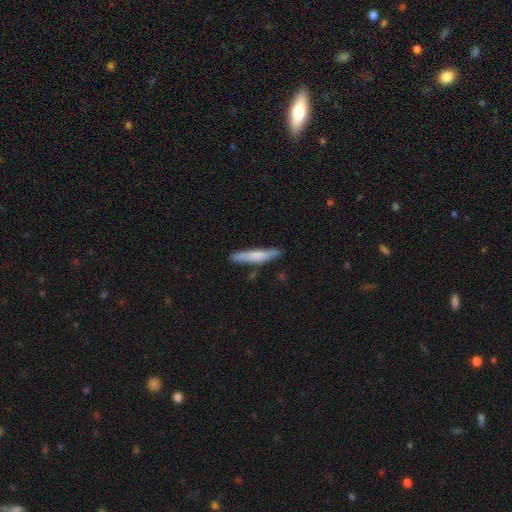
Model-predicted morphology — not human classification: Smooth or featured? Predicted: smooth (p=0.64). How rounded? Predicted: cigar-shaped (p=0.93). Merging? Predicted: none (p=0.83).